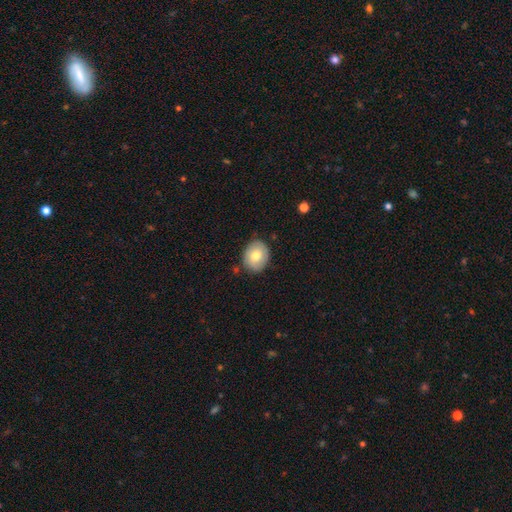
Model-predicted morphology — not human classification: This is likely a smooth galaxy (74%). How rounded: possibly in between (50%). Merging: clearly none (81%).